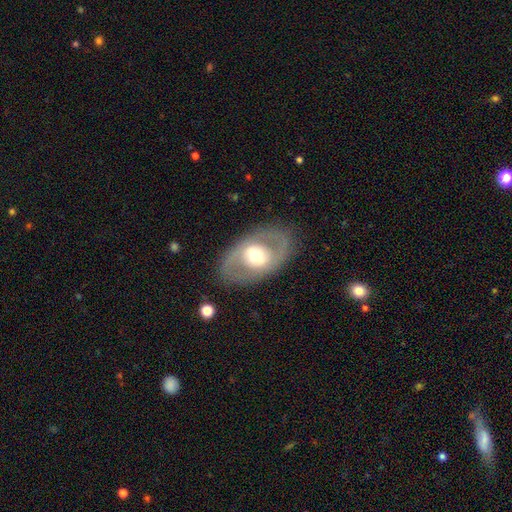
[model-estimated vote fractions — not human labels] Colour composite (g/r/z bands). It shows a featured or disk galaxy (63%) with no bar (49%), no spiral arms (68%) and a moderate central bulge (61%). Merging: none (82%).